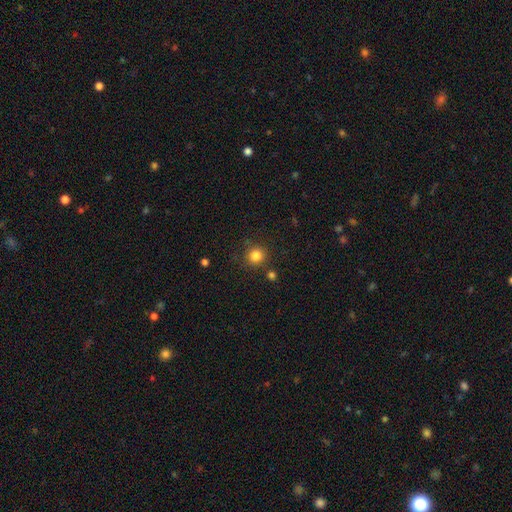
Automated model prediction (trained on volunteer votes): This appears to be a smooth galaxy with no disk features (83%) that is round (92%). Merging: none (83%).